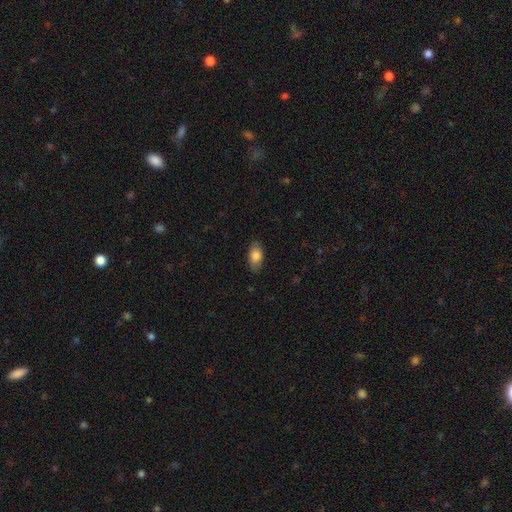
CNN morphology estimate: A smooth galaxy with no disk features (83%) that is in between round and cigar-shaped (92%). Merging: none (85%).